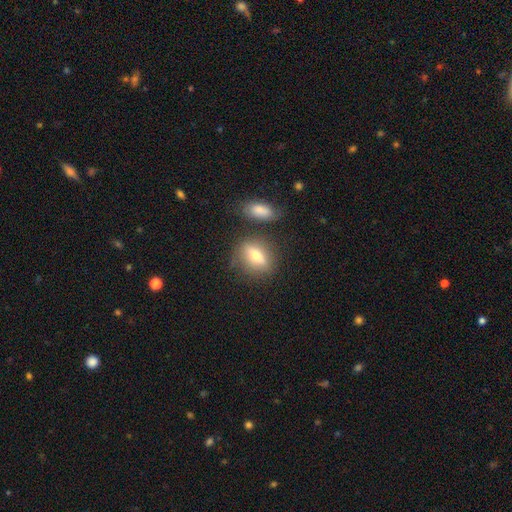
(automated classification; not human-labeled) Smooth or featured? smooth (62%)
How rounded? in between (63%)
Merging? none (72%)